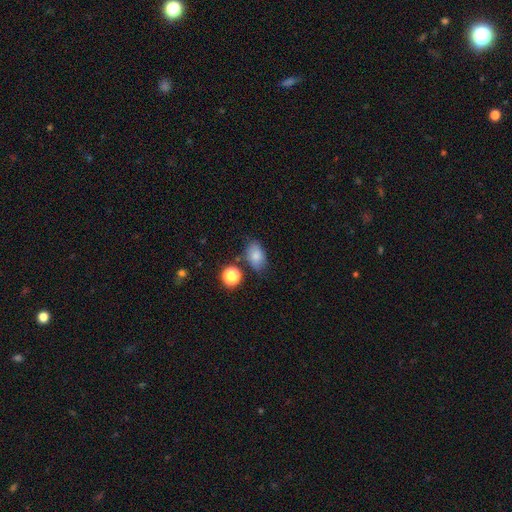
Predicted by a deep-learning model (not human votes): Q: Smooth or featured?
A: smooth (81%); runner-up: star or artifact (10%)
Q: How rounded?
A: in between (85%); runner-up: round (13%)
Q: Merging?
A: none (72%); runner-up: minor disturbance (17%)